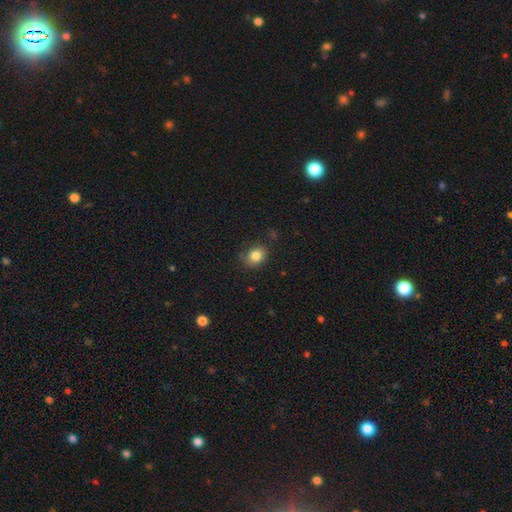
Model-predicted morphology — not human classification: Smooth or featured: smooth — 82% (star or artifact — 10%)
How rounded: round — 53% (in between — 46%)
Merging: none — 79% (minor disturbance — 16%)